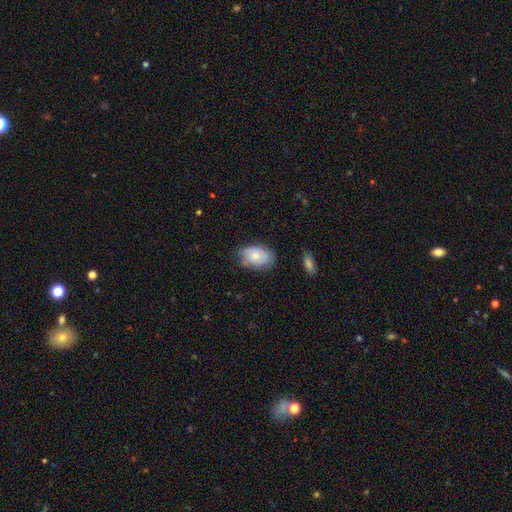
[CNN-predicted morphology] Smooth or featured? smooth (73%)
How rounded? in between (88%)
Merging? none (67%)